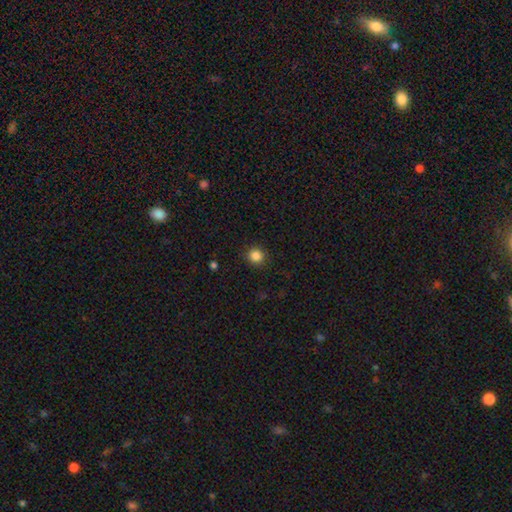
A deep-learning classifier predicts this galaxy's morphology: Smooth or featured? smooth (85%)
How rounded? round (91%)
Merging? none (90%)